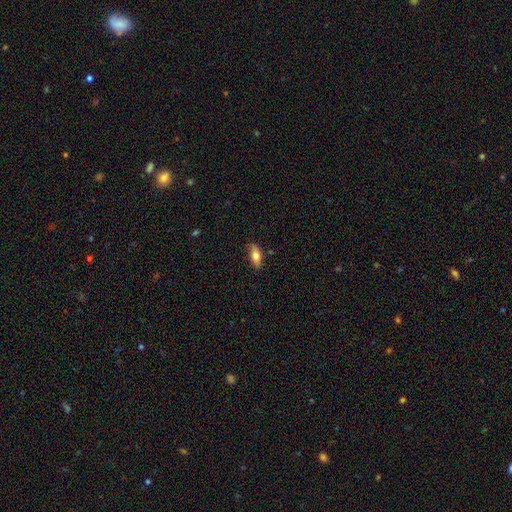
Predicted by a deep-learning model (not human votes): Smooth or featured?
  - smooth: 76% *
  - featured or disk: 18%
  - star or artifact: 7%
How rounded?
  - in between: 76% *
  - cigar-shaped: 21%
  - round: 3%
Merging?
  - none: 78% *
  - minor disturbance: 17%
  - major disturbance: 3%
  - merger: 1%